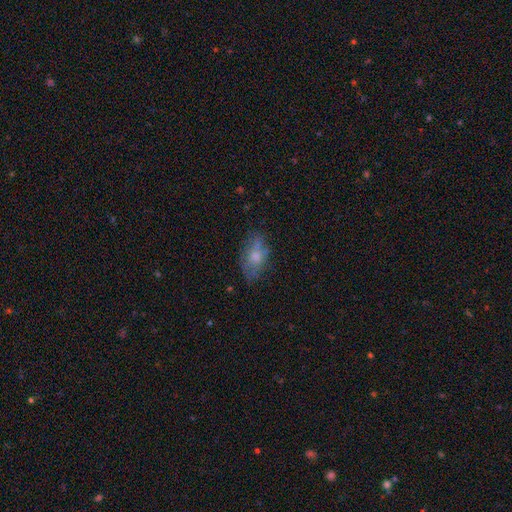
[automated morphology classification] Overall: smooth (58%; featured or disk 32%). How rounded: in between (87%). Merging: none (61%; minor disturbance 25%).